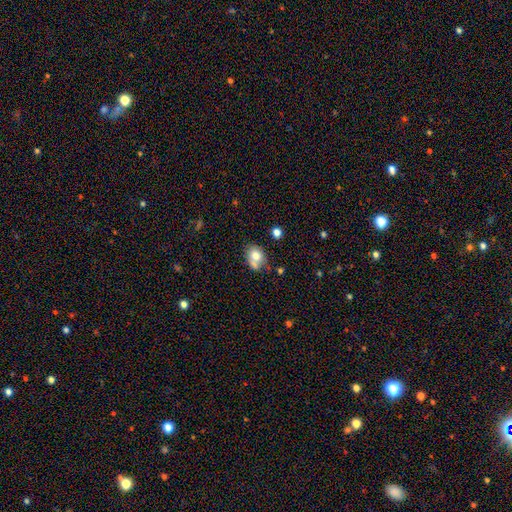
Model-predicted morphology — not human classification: smooth 73%, featured or disk 18%, star or artifact 9%. Down the decision tree: how rounded — in between (56%); merging — none (45%).